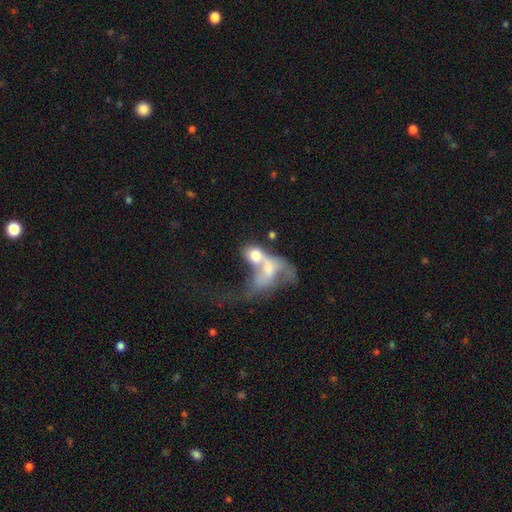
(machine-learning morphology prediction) smooth_or_featured: smooth (p=0.53) [alt: featured or disk p=0.36]
how_rounded: in between (p=0.70) [alt: round p=0.25]
merging: merger (p=0.70) [alt: major disturbance p=0.17]